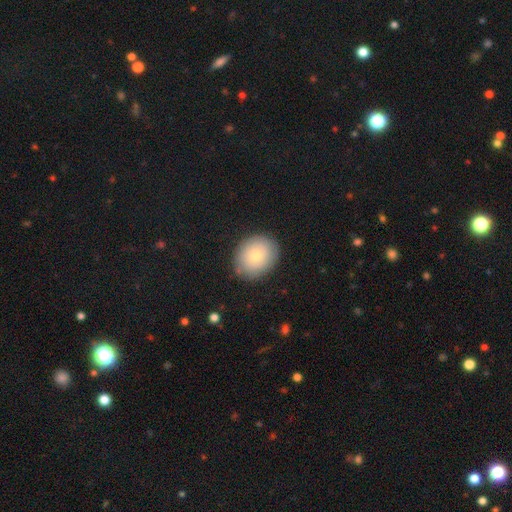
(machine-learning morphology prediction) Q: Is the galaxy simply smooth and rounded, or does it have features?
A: smooth — 72%.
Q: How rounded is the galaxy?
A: round — 62%.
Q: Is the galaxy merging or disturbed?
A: none — 83%.